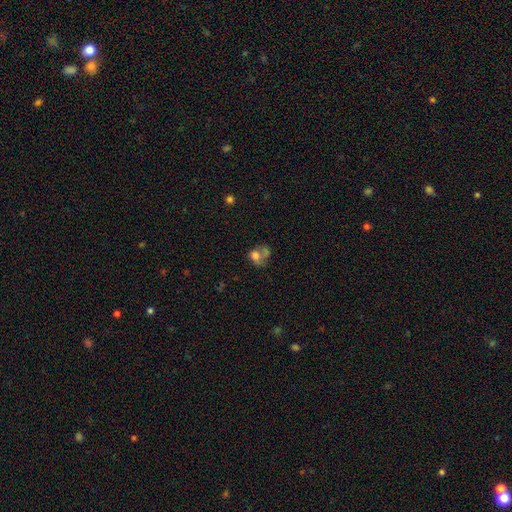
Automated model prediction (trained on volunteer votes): Smooth or featured? smooth (65%)
How rounded? round (53%)
Merging? merger (37%)